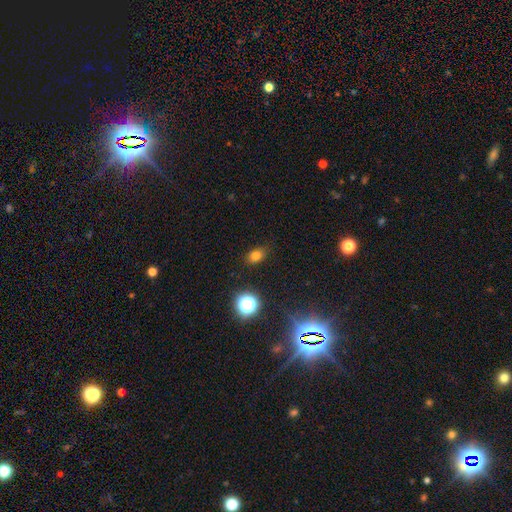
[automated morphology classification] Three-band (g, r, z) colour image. It shows a smooth galaxy with no disk features (76%) that is in between round and cigar-shaped (69%). Merging: none (82%).